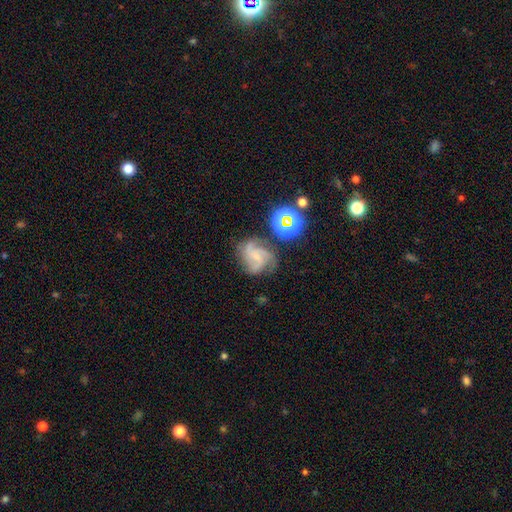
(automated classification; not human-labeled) This is likely a featured or disk galaxy (75%). It is clearly not viewed edge-on (98%). Bar: possibly no (54%). Spiral arm pattern: clearly yes (95%). Spiral arm count: possibly 3 (53%). Spiral winding: possibly medium (51%). Central bulge: possibly small (53%). Merging: likely none (61%).